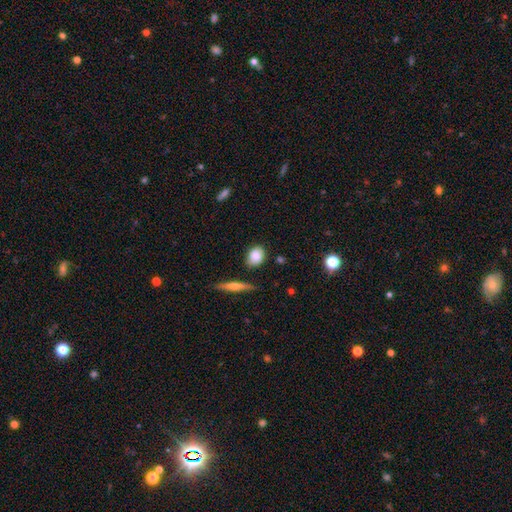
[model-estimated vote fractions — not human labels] A smooth galaxy with no disk features (84%) that is in between round and cigar-shaped (58%). Merging: none (77%).